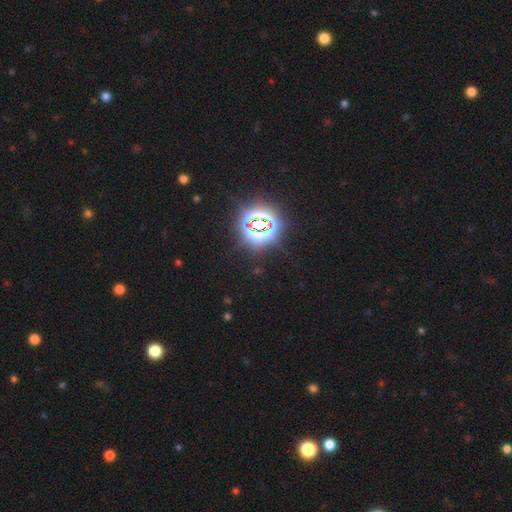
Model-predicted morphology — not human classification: type=star or artifact (83%).